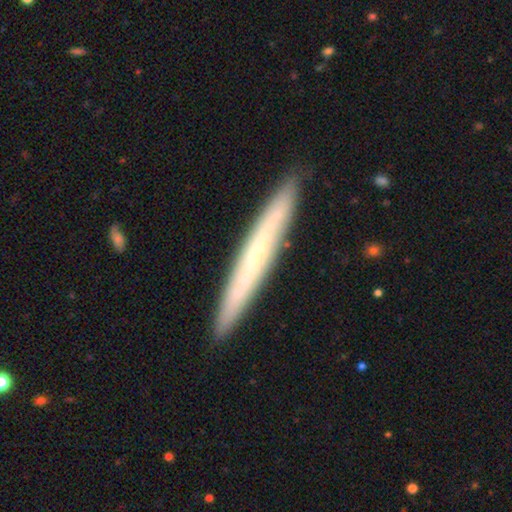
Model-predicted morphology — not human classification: featured or disk 54%, smooth 40%, star or artifact 6%. Down the decision tree: edge-on disk — yes (89%); merging — none (90%).